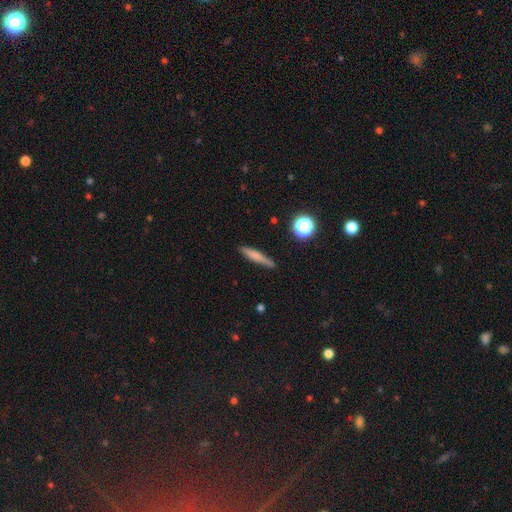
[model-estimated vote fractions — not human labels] Smooth or featured? smooth (64%)
How rounded? cigar-shaped (89%)
Merging? none (85%)